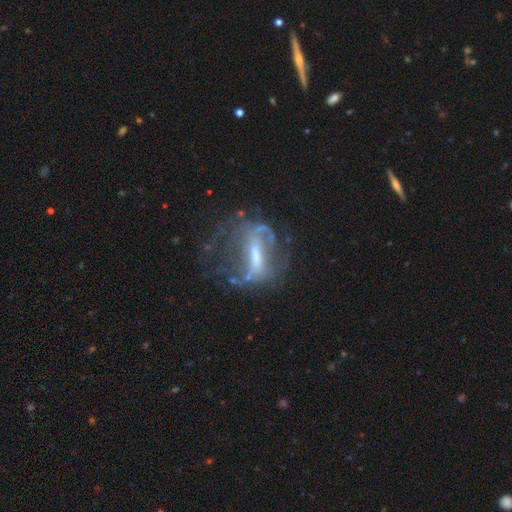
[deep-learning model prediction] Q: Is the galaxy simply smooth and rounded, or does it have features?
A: featured or disk — 74%.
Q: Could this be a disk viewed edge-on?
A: no — 86%.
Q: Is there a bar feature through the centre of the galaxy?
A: strong — 52%.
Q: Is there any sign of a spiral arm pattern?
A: yes — 57%.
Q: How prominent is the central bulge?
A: moderate — 42%.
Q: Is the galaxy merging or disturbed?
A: none — 45%.